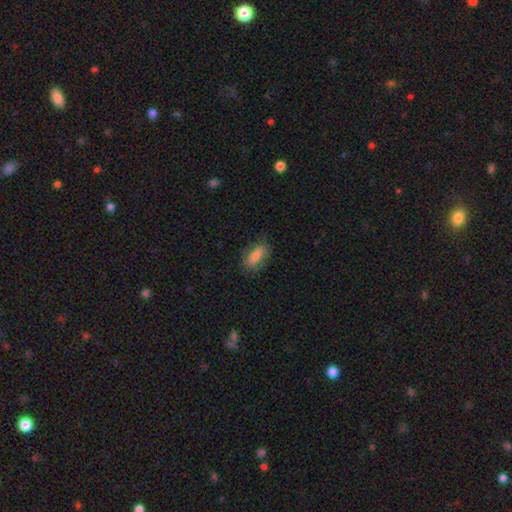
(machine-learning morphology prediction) Smooth or featured?
  - smooth: 65% *
  - featured or disk: 28%
  - star or artifact: 7%
How rounded?
  - in between: 78% *
  - cigar-shaped: 17%
  - round: 5%
Merging?
  - none: 77% *
  - minor disturbance: 17%
  - major disturbance: 5%
  - merger: 1%